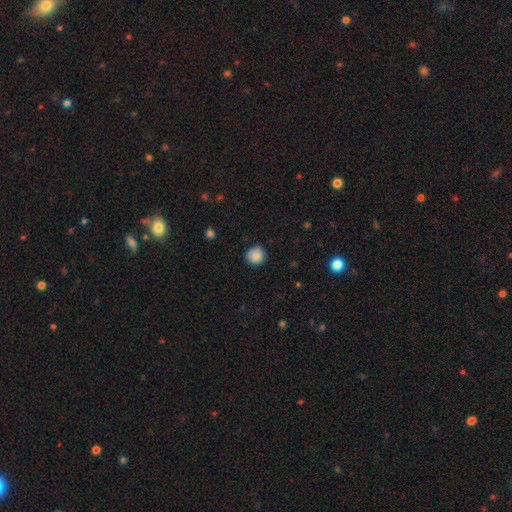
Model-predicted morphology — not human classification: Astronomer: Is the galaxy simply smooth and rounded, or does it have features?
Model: smooth — 86%.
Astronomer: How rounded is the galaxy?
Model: round — 92%.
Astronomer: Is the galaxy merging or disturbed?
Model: none — 85%.